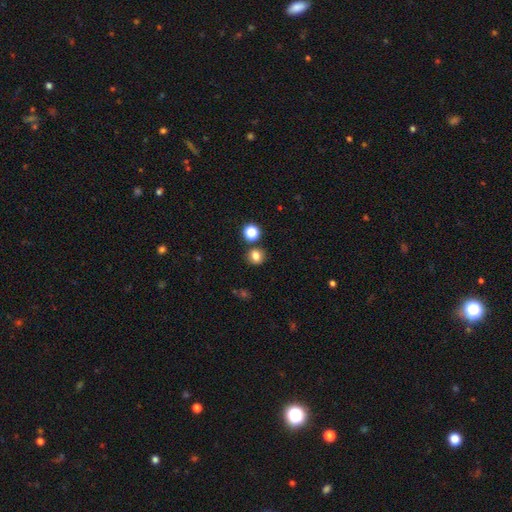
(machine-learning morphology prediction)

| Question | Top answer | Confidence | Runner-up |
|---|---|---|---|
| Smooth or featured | smooth | 77% | star or artifact (16%) |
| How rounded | round | 80% | in between (19%) |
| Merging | none | 79% | merger (9%) |